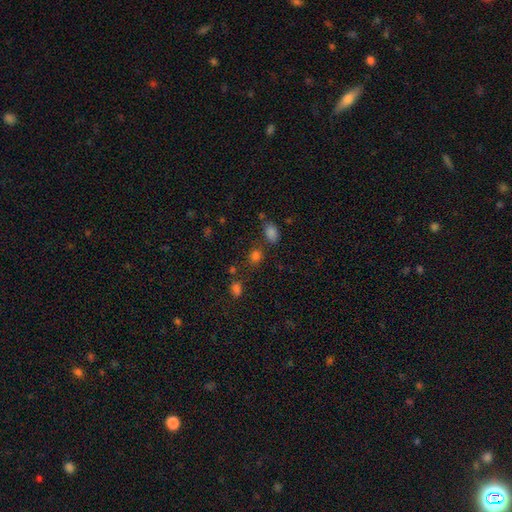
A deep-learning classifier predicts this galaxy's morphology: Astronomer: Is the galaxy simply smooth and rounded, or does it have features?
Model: smooth — 65%.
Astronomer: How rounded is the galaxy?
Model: round — 60% (runner-up: in between, 38%).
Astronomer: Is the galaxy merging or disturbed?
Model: none — 73%.